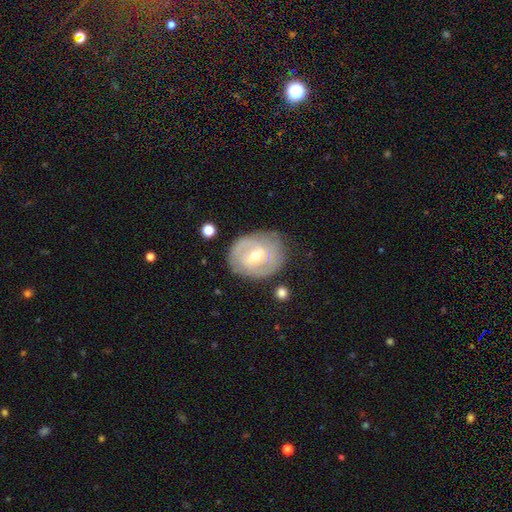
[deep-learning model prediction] Q: Smooth or featured?
A: featured or disk (72%); runner-up: smooth (22%)
Q: Edge-on disk?
A: no (96%); runner-up: yes (4%)
Q: Bar?
A: weak (52%); runner-up: no (29%)
Q: Spiral arms?
A: yes (76%); runner-up: no (24%)
Q: Spiral winding?
A: tight (56%); runner-up: medium (32%)
Q: Spiral arm count?
A: 2 (50%); runner-up: can't tell (33%)
Q: Bulge size?
A: moderate (60%); runner-up: small (37%)
Q: Merging?
A: none (72%); runner-up: minor disturbance (19%)